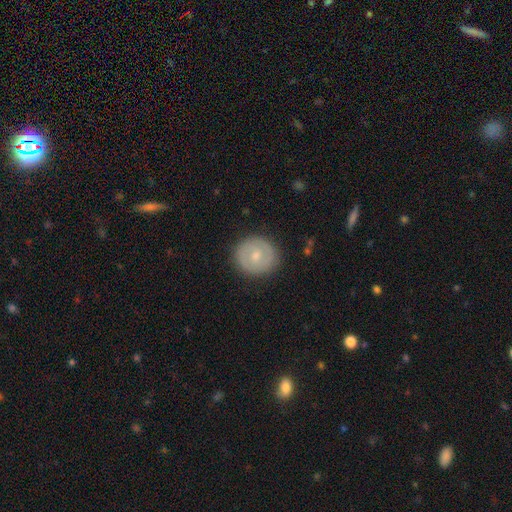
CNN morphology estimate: smooth_or_featured: smooth (p=0.48) [alt: featured or disk p=0.47]
merging: none (p=0.88) [alt: minor disturbance p=0.08]